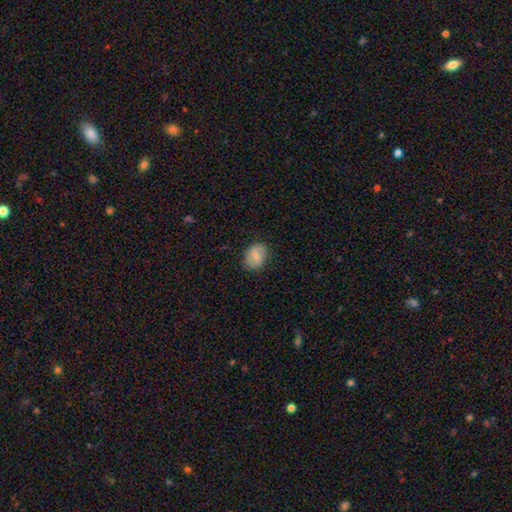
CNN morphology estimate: The model was most divided on "how rounded": in between: 63%, round: 36%, cigar-shaped: 1%. More confident: merging — none (80%); smooth or featured — smooth (72%).